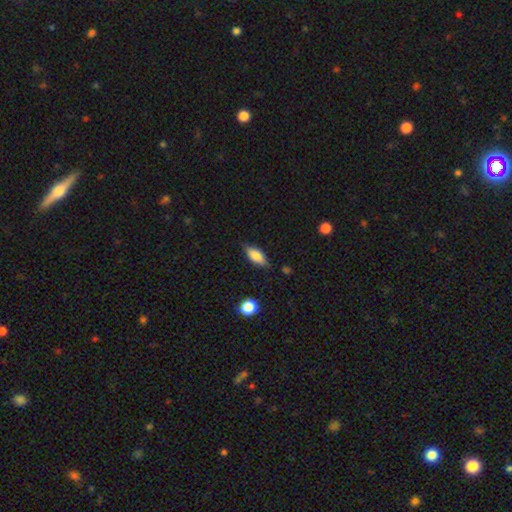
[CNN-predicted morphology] smooth_or_featured: smooth (p=0.72) [alt: featured or disk p=0.21]
how_rounded: in between (p=0.79) [alt: cigar-shaped p=0.17]
merging: none (p=0.77) [alt: minor disturbance p=0.17]